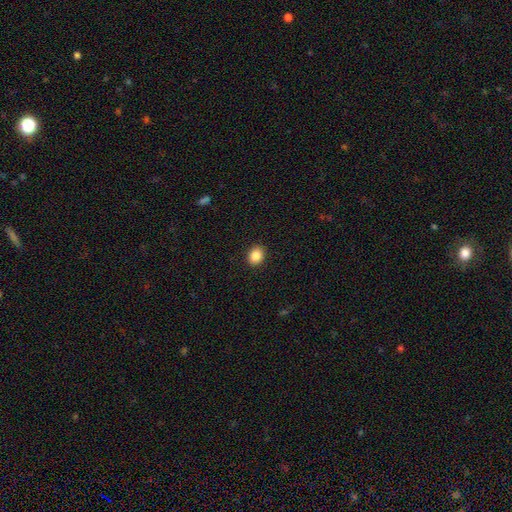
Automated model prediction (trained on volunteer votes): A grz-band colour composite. It shows a smooth galaxy with no disk features (86%) that is round (51%). Merging: none (91%).